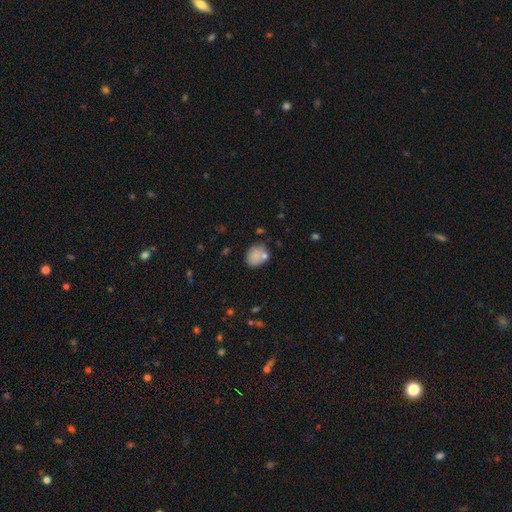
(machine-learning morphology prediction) Overall: smooth (77%). How rounded: in between (50%; round 49%). Merging: none (58%; minor disturbance 19%).